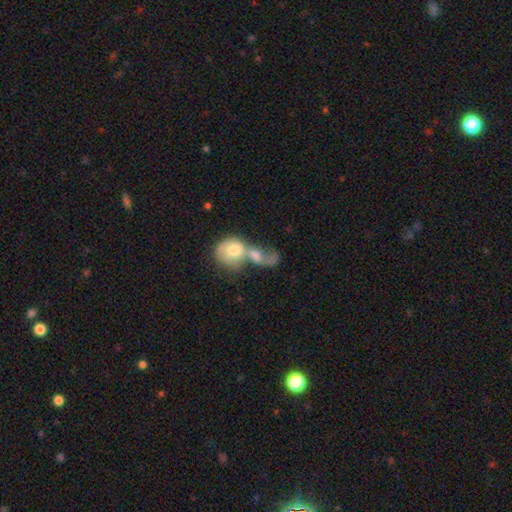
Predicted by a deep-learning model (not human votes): Overall: smooth (58%; featured or disk 34%). How rounded: in between (50%; round 47%). Merging: merger (78%).